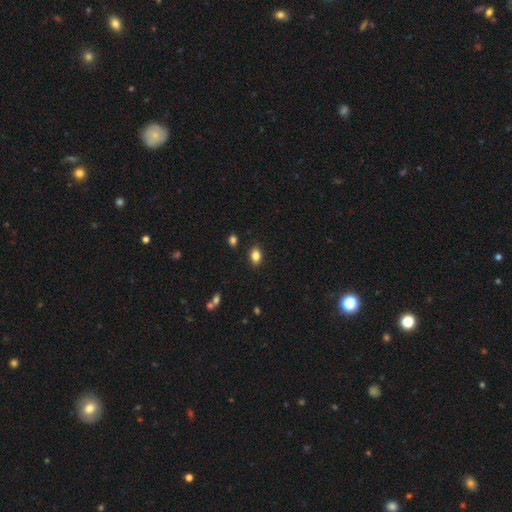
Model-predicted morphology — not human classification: The model was most divided on "how rounded": in between: 82%, round: 16%, cigar-shaped: 2%. More confident: merging — none (87%); smooth or featured — smooth (84%).